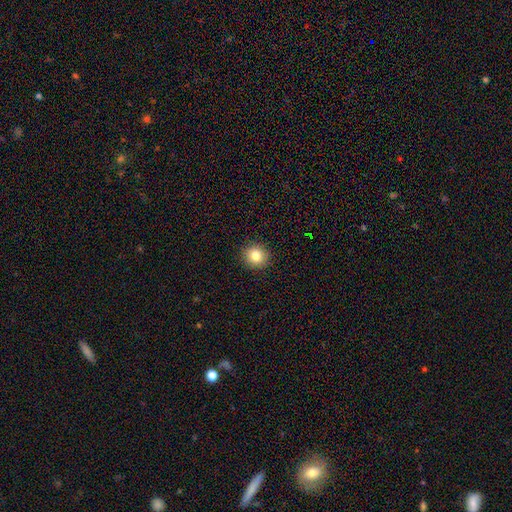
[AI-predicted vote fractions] This appears to be a smooth galaxy with no disk features (82%) that is round (89%). Merging: none (92%).